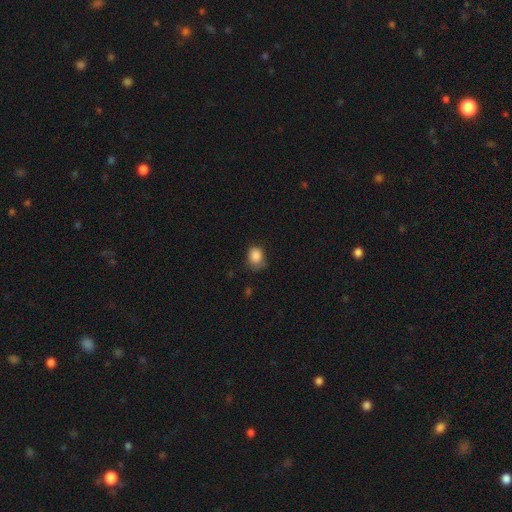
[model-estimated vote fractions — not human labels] Smooth or featured? smooth (86%)
How rounded? round (54%)
Merging? none (58%)